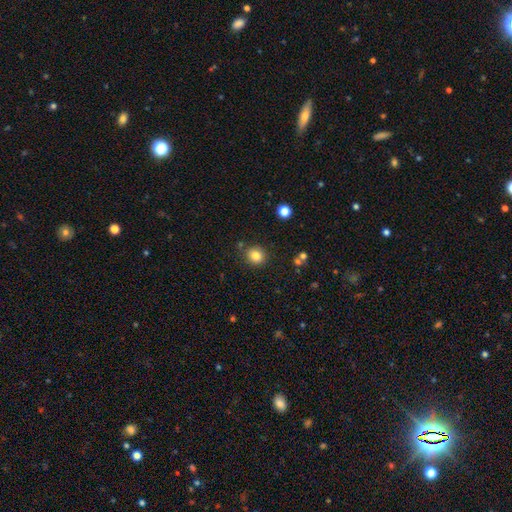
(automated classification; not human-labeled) smooth-or-featured: smooth: 83% | star or artifact: 11% | featured or disk: 6%
  how-rounded: round: 84% | in between: 15% | cigar-shaped: 1%
  merging: none: 83% | minor disturbance: 10% | merger: 4% | major disturbance: 3%